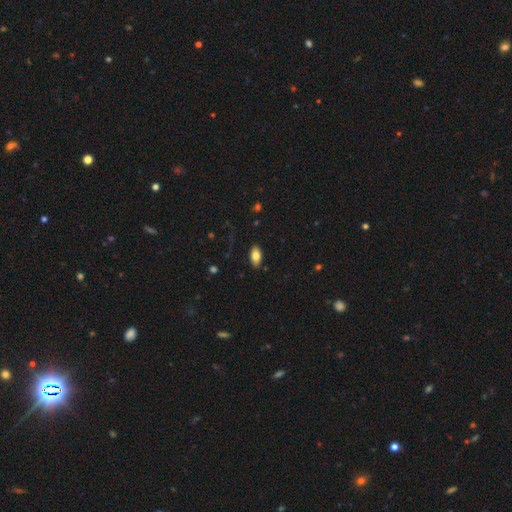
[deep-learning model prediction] Q: Smooth or featured?
A: smooth (81%); runner-up: featured or disk (11%)
Q: How rounded?
A: in between (92%); runner-up: cigar-shaped (4%)
Q: Merging?
A: none (87%); runner-up: minor disturbance (10%)